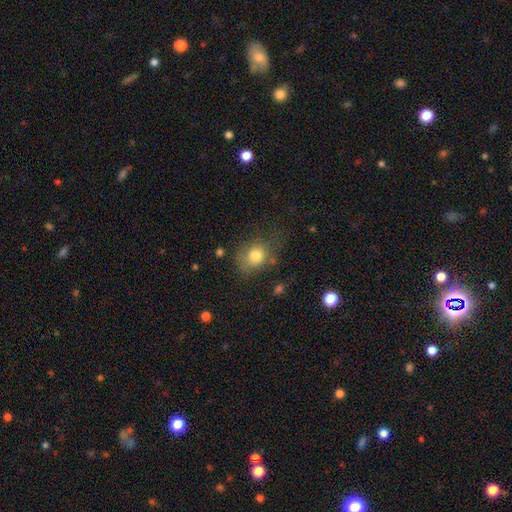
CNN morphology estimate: type=smooth (78%); roundness=round (62%); merging=none (56%).